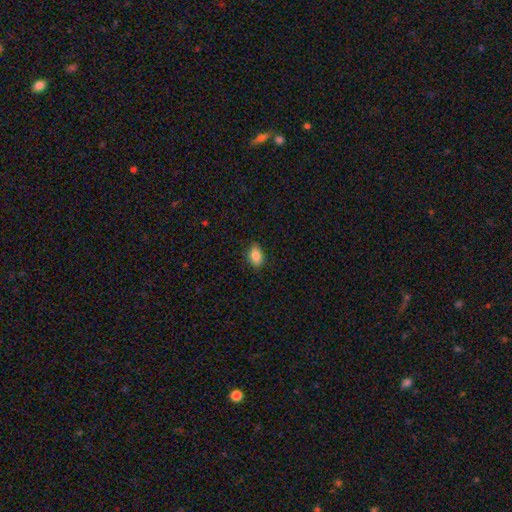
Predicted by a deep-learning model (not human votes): Smooth or featured? Predicted: smooth (p=0.86). How rounded? Predicted: in between (p=0.86). Merging? Predicted: none (p=0.85).